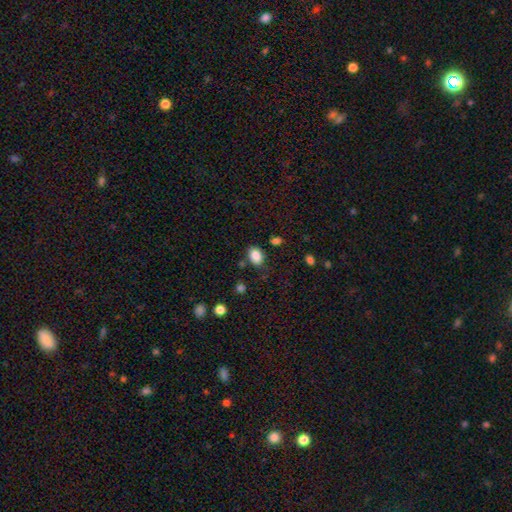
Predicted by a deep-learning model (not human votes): Smooth or featured: smooth — 86% (star or artifact — 9%)
How rounded: in between — 78% (round — 21%)
Merging: none — 76% (minor disturbance — 15%)